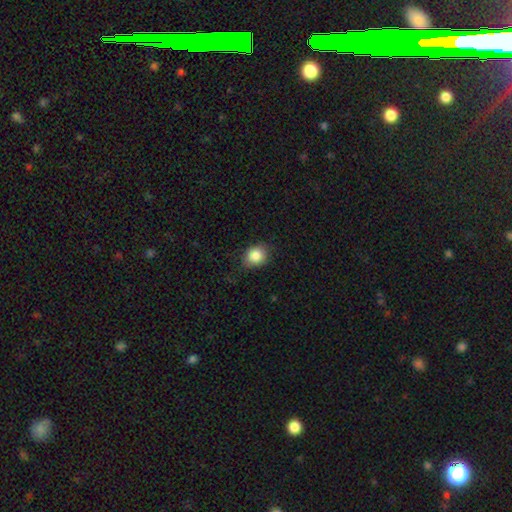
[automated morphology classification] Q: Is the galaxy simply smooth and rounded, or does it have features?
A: smooth — 86%.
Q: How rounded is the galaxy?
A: round — 62%.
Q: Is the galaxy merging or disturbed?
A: none — 79%.